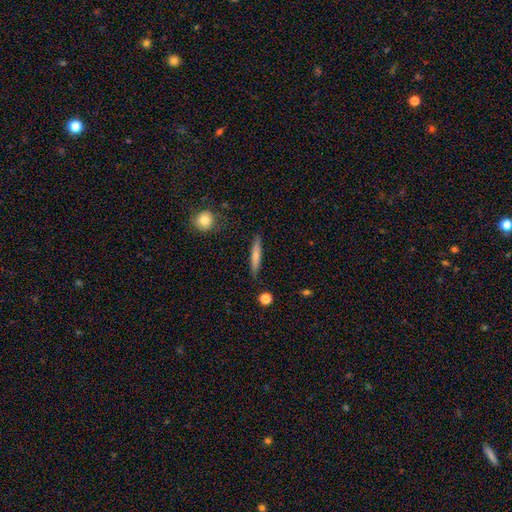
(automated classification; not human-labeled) smooth_or_featured: smooth (p=0.65) [alt: featured or disk p=0.29]
how_rounded: cigar-shaped (p=0.92) [alt: in between p=0.06]
merging: none (p=0.87) [alt: minor disturbance p=0.09]